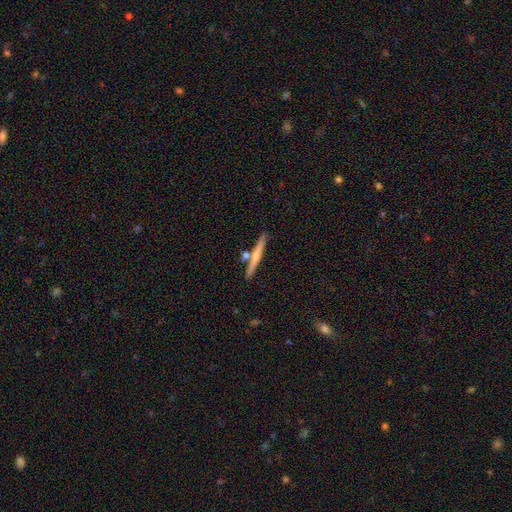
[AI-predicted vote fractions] Overall: featured or disk (61%; smooth 32%). Edge-on disk: yes (98%). Edge-on bulge: rounded (64%; none 30%). Merging: none (85%).